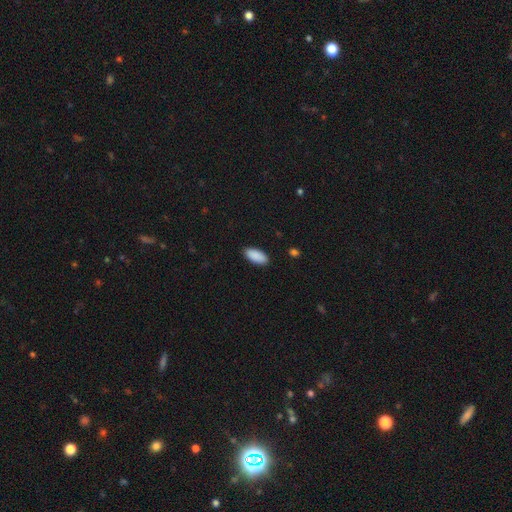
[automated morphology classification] This is clearly a smooth galaxy (91%). How rounded: clearly in between (90%). Merging: clearly none (89%).